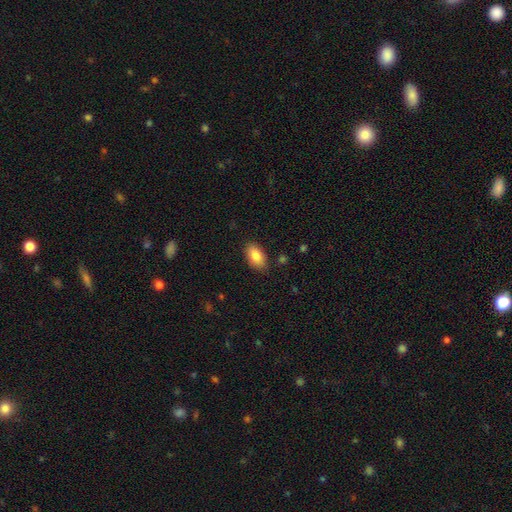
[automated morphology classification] Smooth or featured: smooth — 85% (featured or disk — 8%)
How rounded: in between — 92% (round — 5%)
Merging: none — 85% (minor disturbance — 11%)